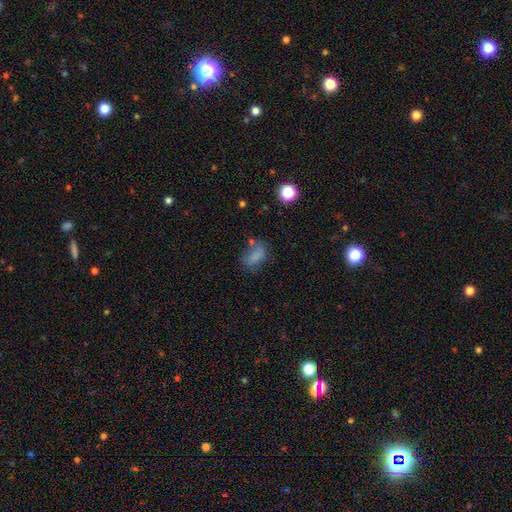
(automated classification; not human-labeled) Smooth or featured? Predicted: smooth (p=0.73). How rounded? Predicted: in between (p=0.81). Merging? Predicted: none (p=0.50).